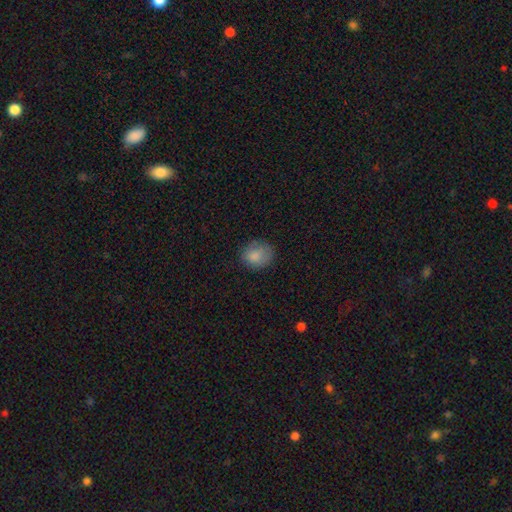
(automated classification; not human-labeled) Smooth or featured? Predicted: smooth (p=0.84). How rounded? Predicted: round (p=0.66). Merging? Predicted: none (p=0.75).